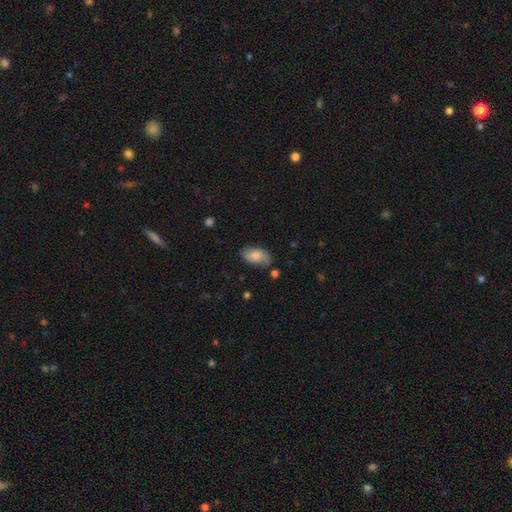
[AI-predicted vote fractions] The model was most divided on "merging": none: 72%, minor disturbance: 20%, major disturbance: 5%, merger: 3%. More confident: how rounded — in between (94%); smooth or featured — smooth (73%).